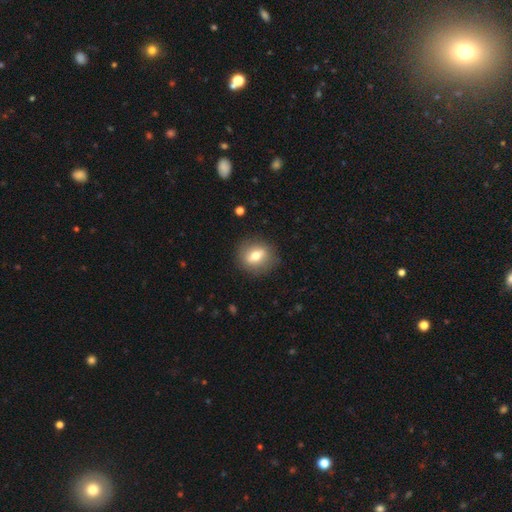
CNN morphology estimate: Smooth or featured?
  - smooth: 60% *
  - featured or disk: 31%
  - star or artifact: 9%
How rounded?
  - round: 67% *
  - in between: 31%
  - cigar-shaped: 2%
Merging?
  - none: 86% *
  - minor disturbance: 9%
  - major disturbance: 3%
  - merger: 1%